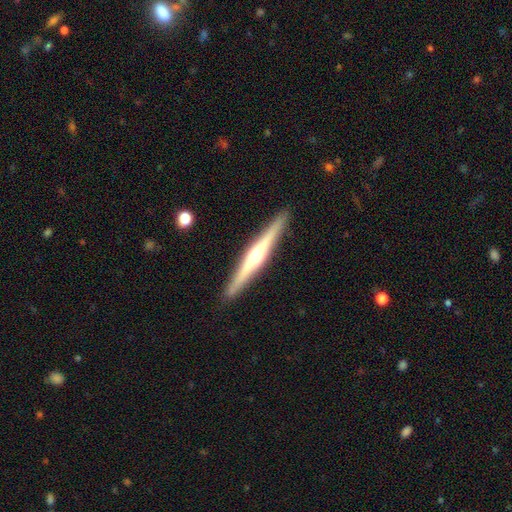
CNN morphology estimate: smooth-or-featured: featured or disk: 75% | smooth: 20% | star or artifact: 5%
  disk-edge-on: yes: 98% | no: 2%
    edge-on-bulge: rounded: 88% | none: 6% | boxy: 5%
  merging: none: 91% | minor disturbance: 6% | major disturbance: 1% | merger: 1%